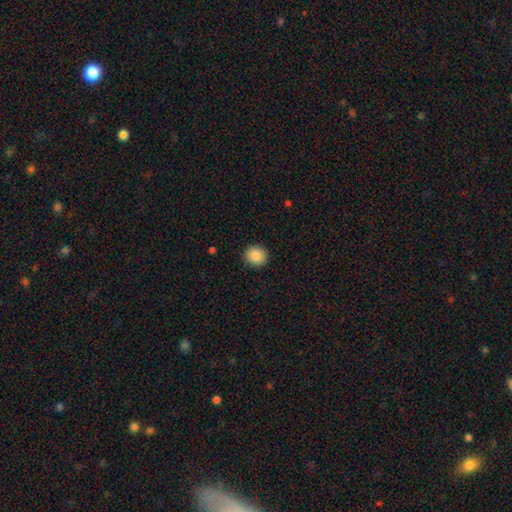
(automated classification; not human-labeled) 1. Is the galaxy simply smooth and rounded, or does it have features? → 87% smooth, 9% star or artifact, 4% featured or disk.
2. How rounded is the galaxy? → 85% round, 14% in between, 1% cigar-shaped.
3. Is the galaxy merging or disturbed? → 90% none, 7% minor disturbance, 2% major disturbance, 1% merger.